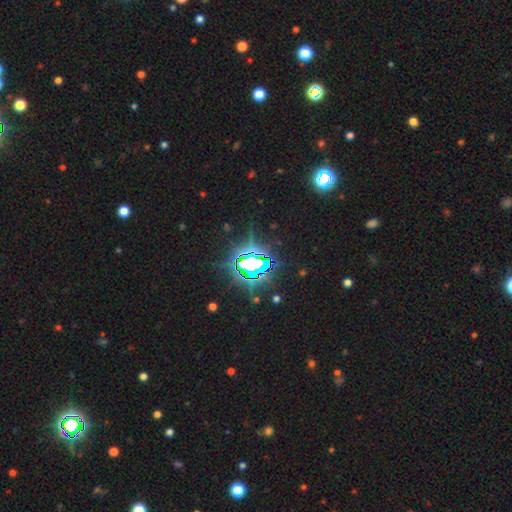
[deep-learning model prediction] This is clearly a star or artifact rather than a galaxy (81%).